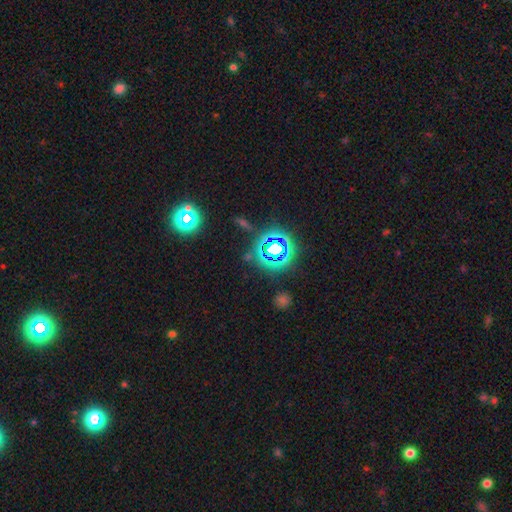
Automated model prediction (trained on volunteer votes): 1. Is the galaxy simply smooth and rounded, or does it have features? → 66% star or artifact, 27% smooth, 7% featured or disk.